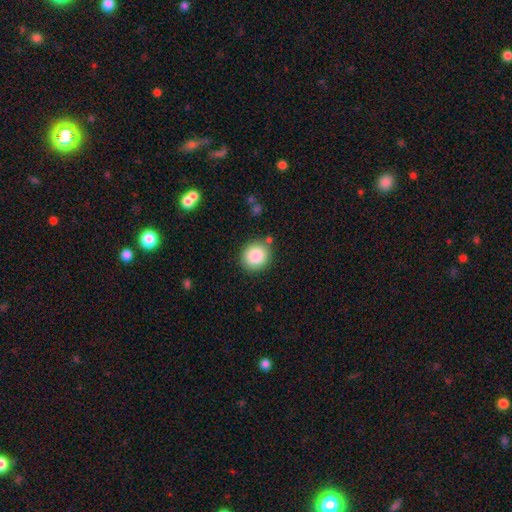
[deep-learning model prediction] Q: Smooth or featured?
A: smooth (87%); runner-up: star or artifact (8%)
Q: How rounded?
A: round (79%); runner-up: in between (20%)
Q: Merging?
A: none (84%); runner-up: minor disturbance (10%)